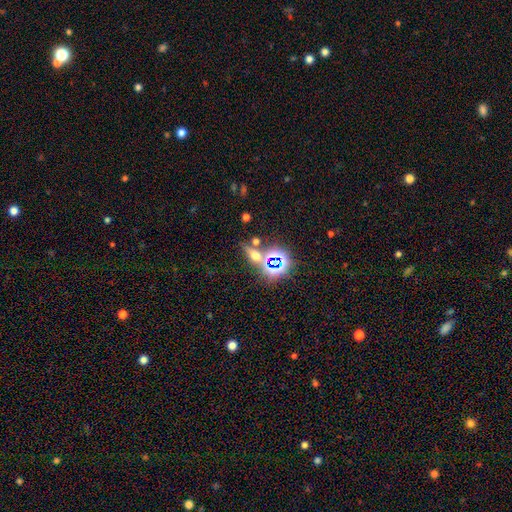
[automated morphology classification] This appears to be a star or artifact, not a galaxy (41%).